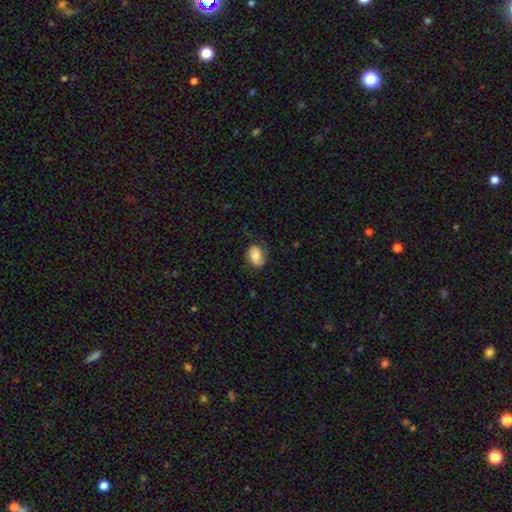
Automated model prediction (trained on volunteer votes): Overall: smooth (64%; featured or disk 28%). How rounded: in between (74%). Merging: none (65%; minor disturbance 25%).